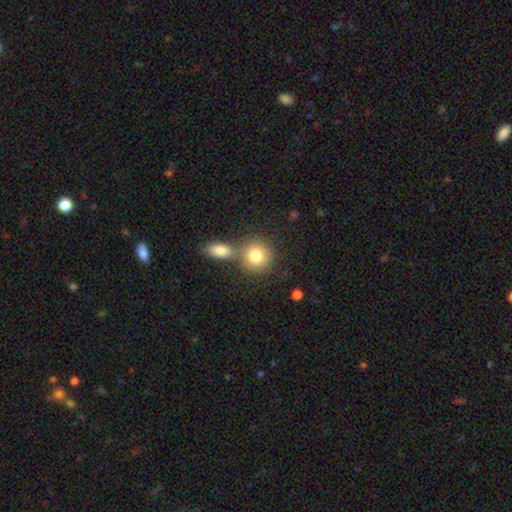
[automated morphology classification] A smooth galaxy with no disk features (81%) that is round (86%).

Vote fractions:
- Smooth or featured? smooth: 81% / featured or disk: 11% / star or artifact: 9%
- How rounded? round: 86% / in between: 13% / cigar-shaped: 1%
- Merging? none: 56% / merger: 33% / minor disturbance: 9% / major disturbance: 3%